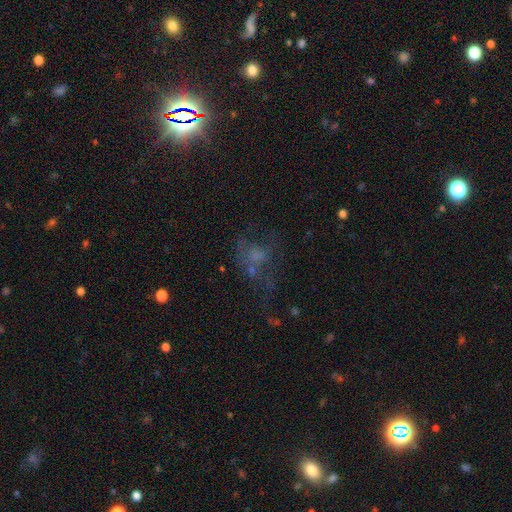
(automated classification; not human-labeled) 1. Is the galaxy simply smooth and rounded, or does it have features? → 41% featured or disk, 35% smooth, 24% star or artifact.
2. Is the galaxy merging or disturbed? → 39% major disturbance, 35% none, 16% minor disturbance, 10% merger.